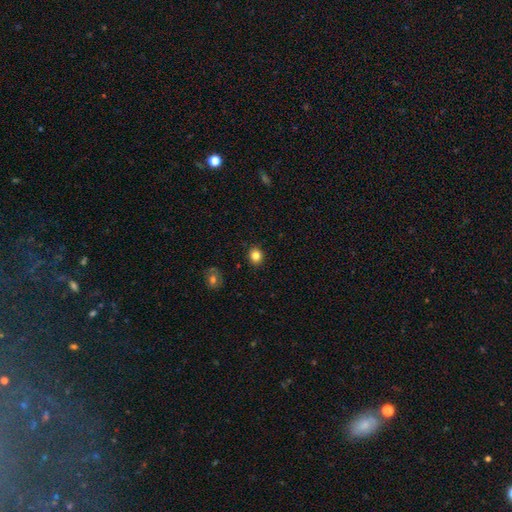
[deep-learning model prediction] Smooth or featured? smooth (83%)
How rounded? round (80%)
Merging? none (90%)